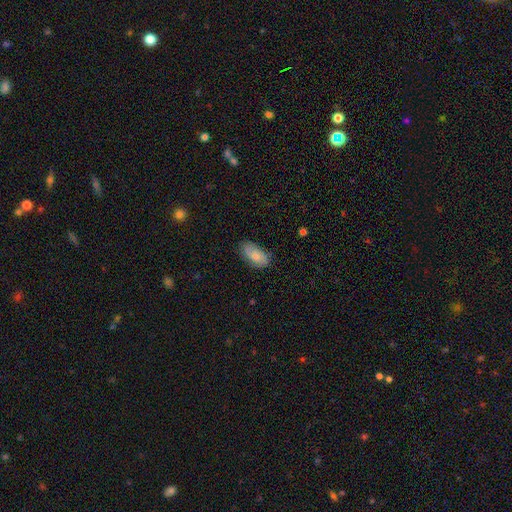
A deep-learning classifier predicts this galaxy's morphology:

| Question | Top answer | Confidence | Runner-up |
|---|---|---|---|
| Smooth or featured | smooth | 70% | featured or disk (24%) |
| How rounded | in between | 92% | cigar-shaped (4%) |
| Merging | none | 73% | minor disturbance (21%) |